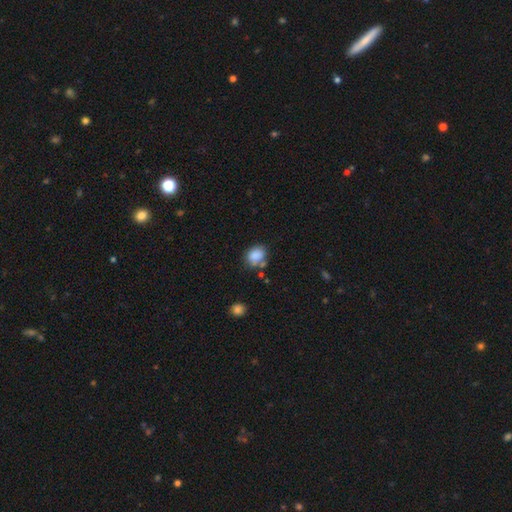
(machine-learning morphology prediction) smooth-or-featured: smooth: 85% | star or artifact: 9% | featured or disk: 6%
  how-rounded: in between: 53% | round: 46% | cigar-shaped: 1%
  merging: none: 62% | minor disturbance: 20% | merger: 12% | major disturbance: 6%